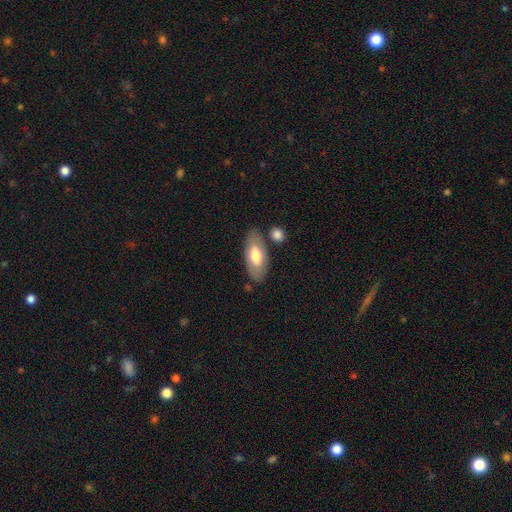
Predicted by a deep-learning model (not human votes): Q: Smooth or featured?
A: smooth (66%); runner-up: featured or disk (28%)
Q: How rounded?
A: in between (86%); runner-up: cigar-shaped (12%)
Q: Merging?
A: none (75%); runner-up: minor disturbance (14%)